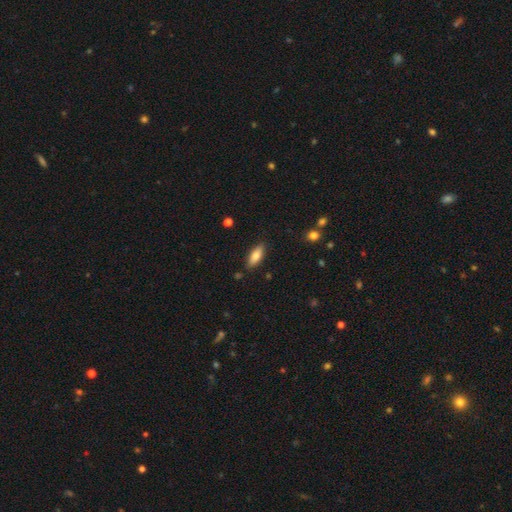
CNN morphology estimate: Smooth or featured? Predicted: smooth (p=0.79). How rounded? Predicted: in between (p=0.69). Merging? Predicted: none (p=0.85).